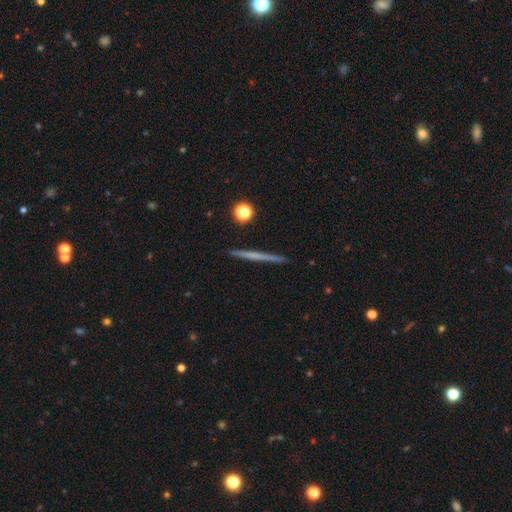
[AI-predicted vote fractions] Morphology: type=featured or disk (51%); edge-on=yes (98%); merging=none (93%).